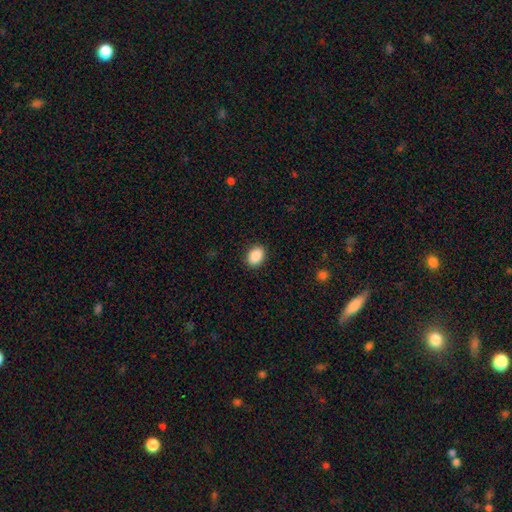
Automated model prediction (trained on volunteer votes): Smooth or featured: smooth — 89% (star or artifact — 8%)
How rounded: in between — 74% (round — 25%)
Merging: none — 90% (minor disturbance — 7%)